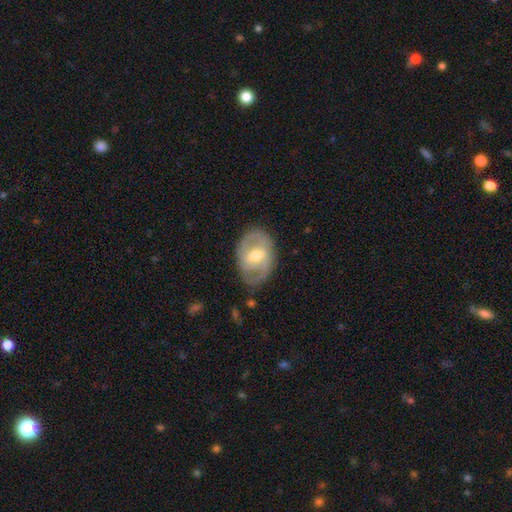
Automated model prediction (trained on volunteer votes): Morphology: type=featured or disk (69%); edge-on=no (94%); bar=weak (48%); spiral arms=yes (66%); bulge=moderate (72%); merging=none (77%).